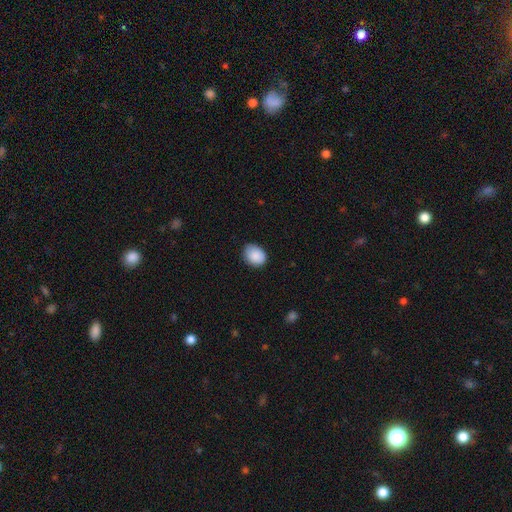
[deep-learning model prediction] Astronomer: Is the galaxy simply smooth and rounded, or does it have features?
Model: smooth — 89%.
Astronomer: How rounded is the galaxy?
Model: in between — 63%.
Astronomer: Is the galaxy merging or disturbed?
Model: none — 79%.